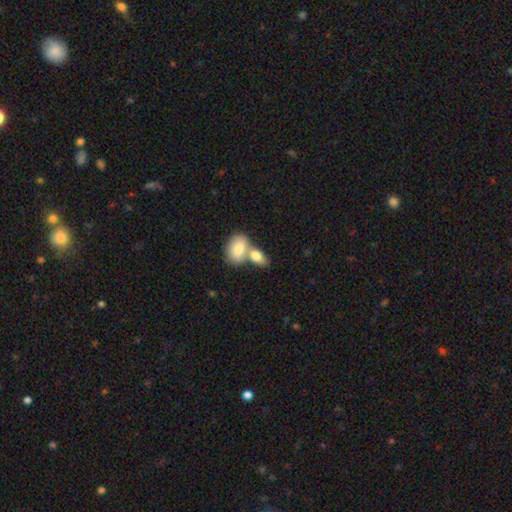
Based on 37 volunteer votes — This is clearly a smooth galaxy (95%). How rounded: clearly in between (91%). Merging: likely merger (64%).